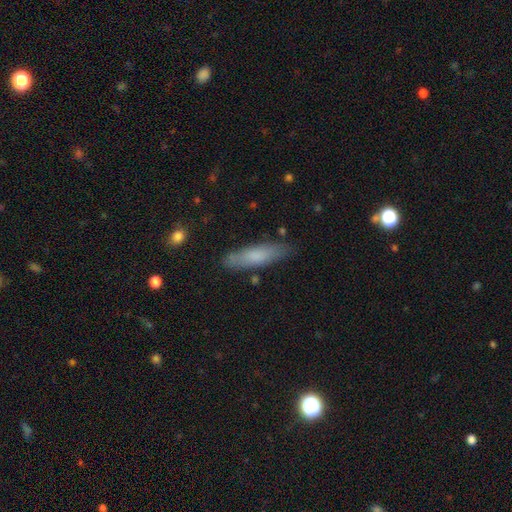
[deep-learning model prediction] smooth-or-featured: smooth: 73% | featured or disk: 21% | star or artifact: 6%
  how-rounded: cigar-shaped: 70% | in between: 28% | round: 2%
  merging: none: 81% | minor disturbance: 14% | major disturbance: 3% | merger: 2%